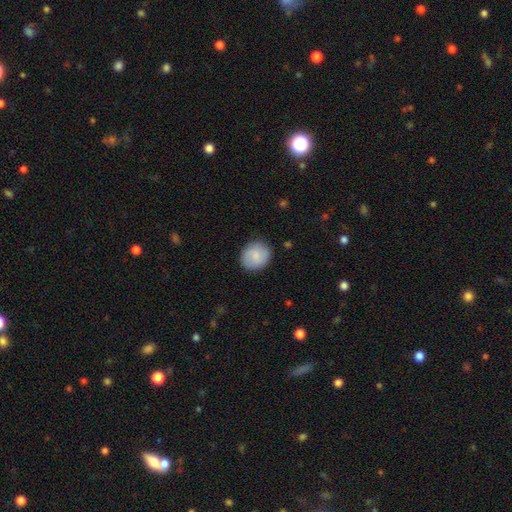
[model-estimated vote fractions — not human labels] A smooth galaxy with no disk features (80%) that is round (79%). Merging: none (87%).